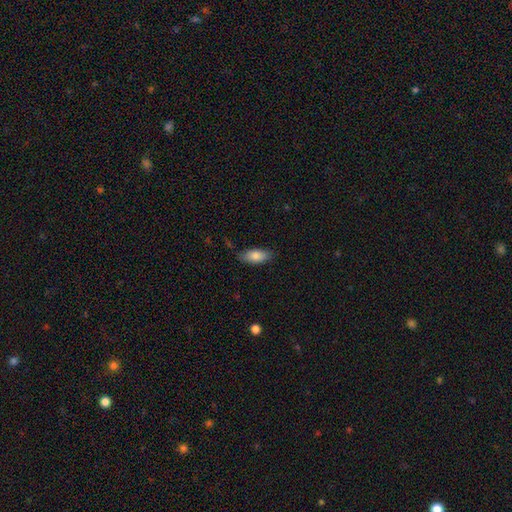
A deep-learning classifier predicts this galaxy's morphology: smooth-or-featured: smooth: 82% | featured or disk: 11% | star or artifact: 6%
  how-rounded: in between: 83% | cigar-shaped: 14% | round: 2%
  merging: none: 81% | minor disturbance: 14% | major disturbance: 3% | merger: 2%